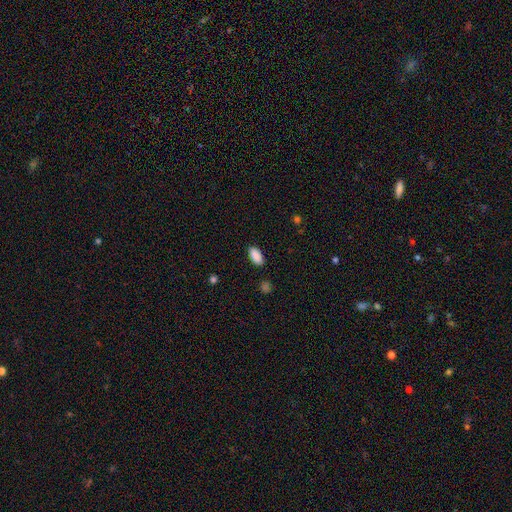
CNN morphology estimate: Smooth or featured?
  - smooth: 90% *
  - star or artifact: 7%
  - featured or disk: 3%
How rounded?
  - in between: 92% *
  - cigar-shaped: 5%
  - round: 3%
Merging?
  - none: 87% *
  - minor disturbance: 9%
  - major disturbance: 2%
  - merger: 1%